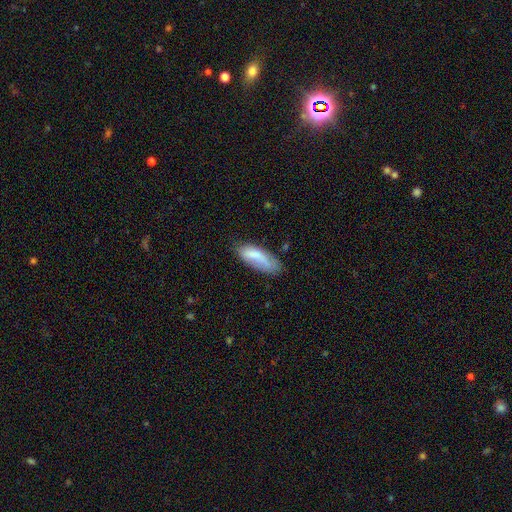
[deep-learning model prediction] A smooth galaxy with no disk features (76%) that is in between round and cigar-shaped (74%). Merging: none (49%).